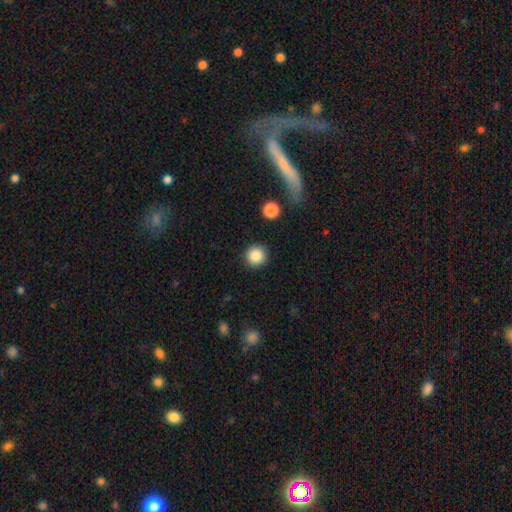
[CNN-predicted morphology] Smooth or featured: smooth — 85% (star or artifact — 10%)
How rounded: round — 95% (in between — 4%)
Merging: none — 91% (minor disturbance — 6%)